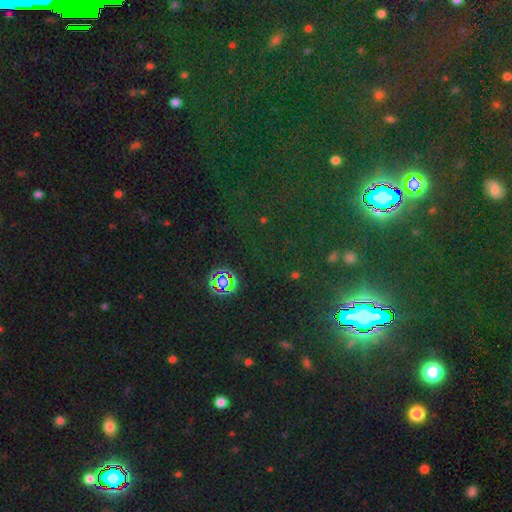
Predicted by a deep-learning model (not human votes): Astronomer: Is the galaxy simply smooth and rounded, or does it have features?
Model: star or artifact — 78%.